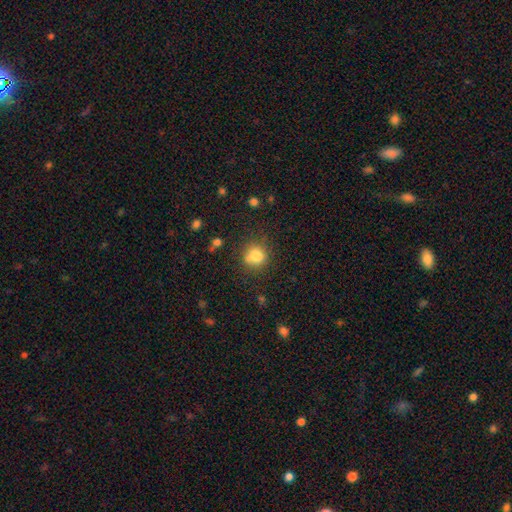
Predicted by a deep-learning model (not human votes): Overall: smooth (77%). How rounded: round (80%). Merging: none (60%).